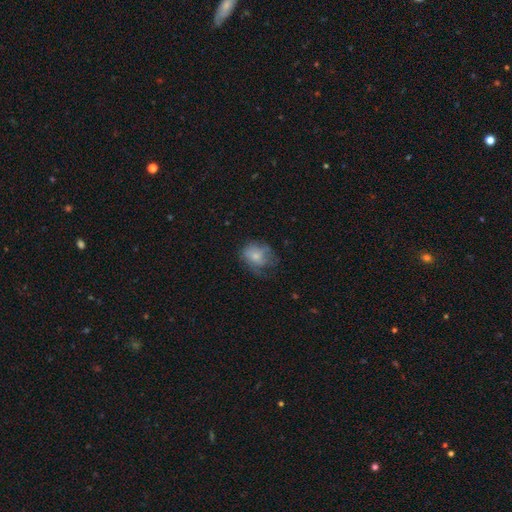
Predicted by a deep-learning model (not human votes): smooth 61%, featured or disk 29%, star or artifact 10%. Down the decision tree: how rounded — in between (53%); merging — none (38%).